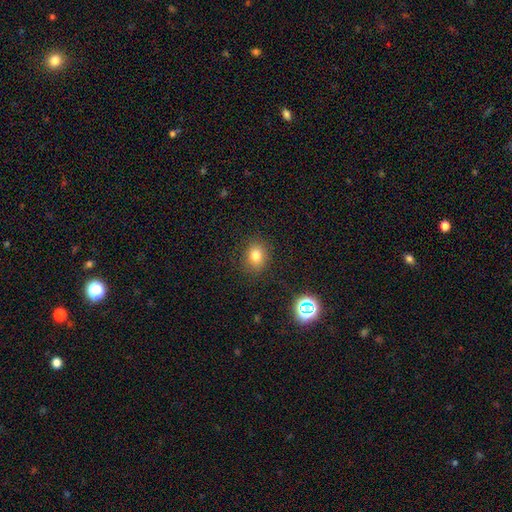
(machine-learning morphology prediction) Overall: smooth (78%). How rounded: round (60%; in between 40%). Merging: none (85%).